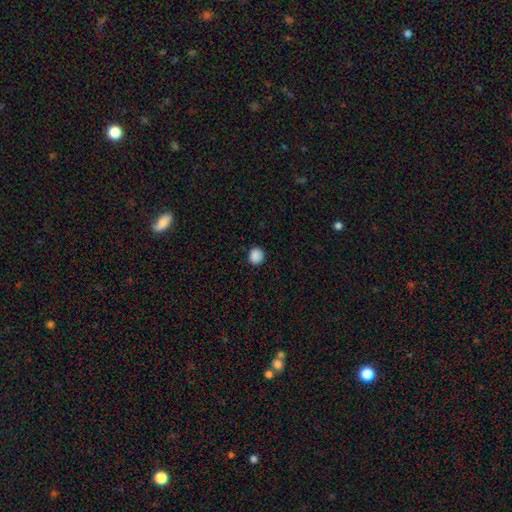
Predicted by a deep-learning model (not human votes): Morphology: type=smooth (88%); roundness=round (86%); merging=none (89%).